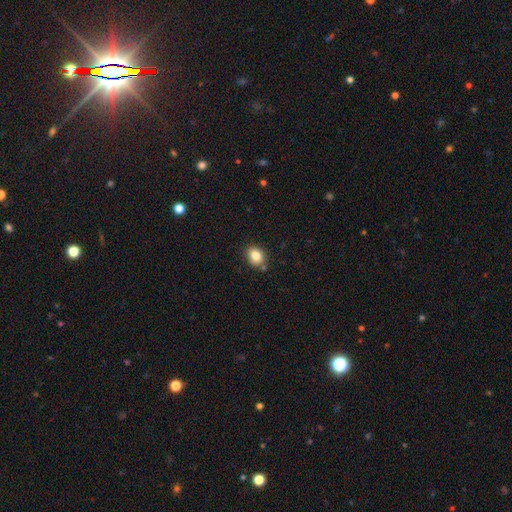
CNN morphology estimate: Smooth or featured? smooth (83%)
How rounded? in between (55%)
Merging? none (79%)